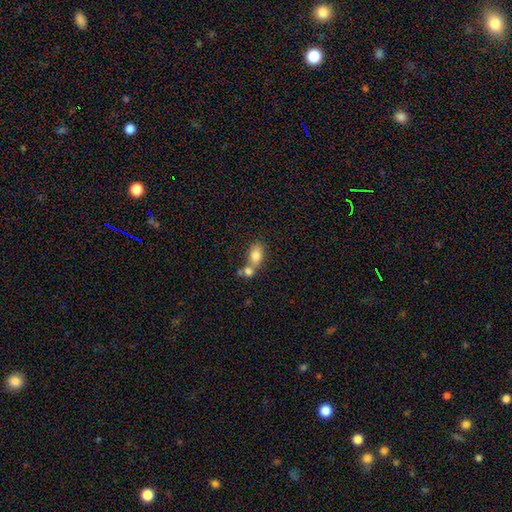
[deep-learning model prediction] A smooth galaxy with no disk features (78%) that is in between round and cigar-shaped (81%).

Vote fractions:
- Smooth or featured? smooth: 78% / featured or disk: 14% / star or artifact: 8%
- How rounded? in between: 81% / round: 17% / cigar-shaped: 3%
- Merging? merger: 56% / none: 32% / minor disturbance: 9% / major disturbance: 4%